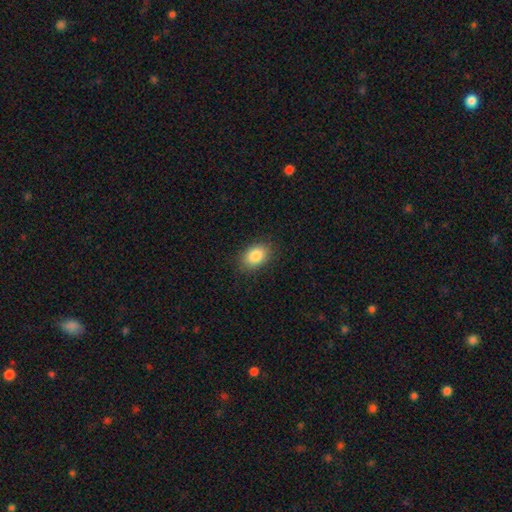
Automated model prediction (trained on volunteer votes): smooth-or-featured: smooth: 86% | star or artifact: 8% | featured or disk: 6%
  how-rounded: in between: 83% | round: 16% | cigar-shaped: 1%
  merging: none: 86% | minor disturbance: 11% | major disturbance: 3% | merger: 1%